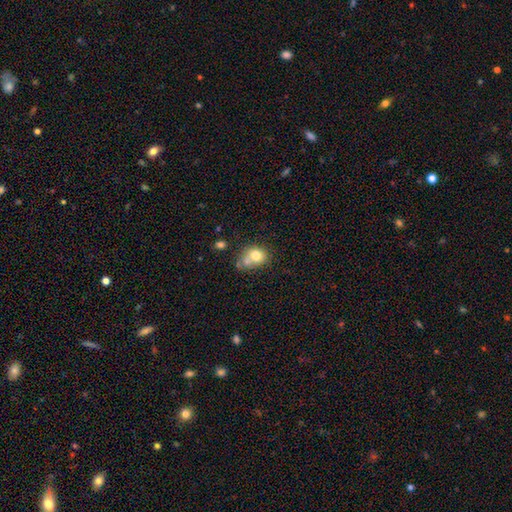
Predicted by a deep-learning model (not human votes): Morphology: type=smooth (74%); roundness=round (59%); merging=merger (40%).